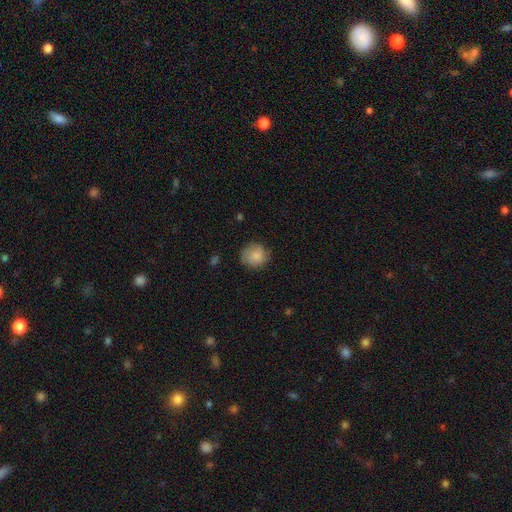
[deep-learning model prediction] Smooth or featured: smooth — 73% (featured or disk — 20%)
How rounded: round — 86% (in between — 13%)
Merging: none — 76% (minor disturbance — 17%)